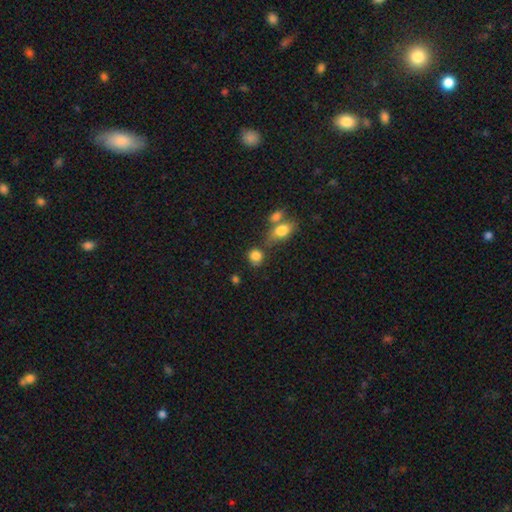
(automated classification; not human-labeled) Smooth or featured? Predicted: smooth (p=0.83). How rounded? Predicted: round (p=0.75). Merging? Predicted: none (p=0.61).